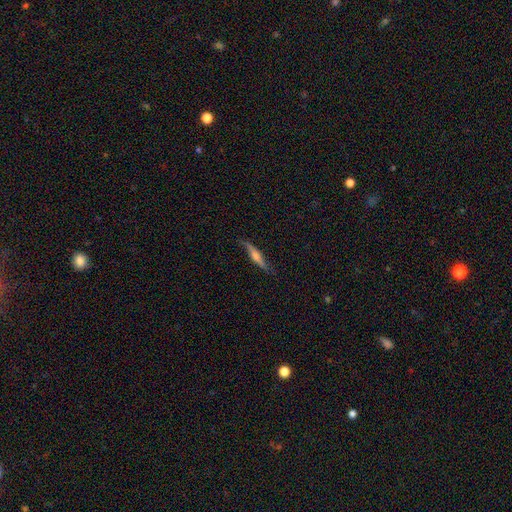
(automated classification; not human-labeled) Smooth or featured: featured or disk — 70% (smooth — 23%)
Edge-on disk: yes — 88% (no — 12%)
Edge-on bulge: rounded — 82% (boxy — 9%)
Merging: none — 78% (minor disturbance — 17%)